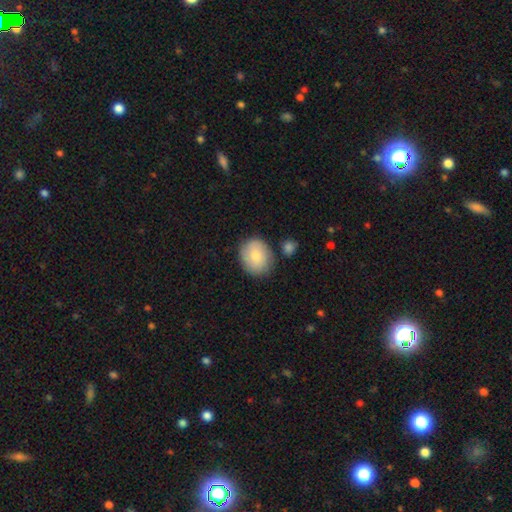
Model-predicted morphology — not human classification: A smooth galaxy with no disk features (80%) that is round (57%).

Vote fractions:
- Smooth or featured? smooth: 80% / featured or disk: 14% / star or artifact: 6%
- How rounded? round: 57% / in between: 42% / cigar-shaped: 1%
- Merging? none: 76% / minor disturbance: 15% / merger: 6% / major disturbance: 4%